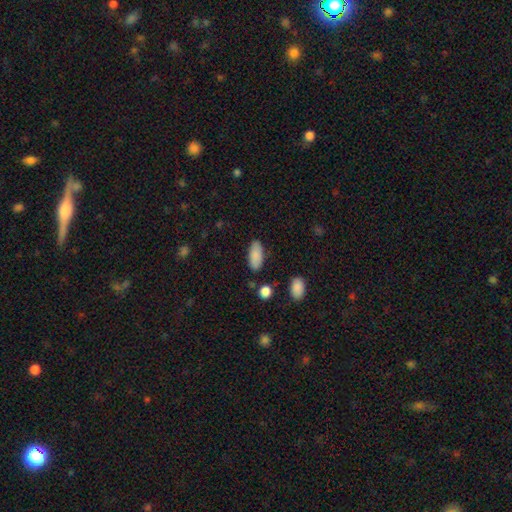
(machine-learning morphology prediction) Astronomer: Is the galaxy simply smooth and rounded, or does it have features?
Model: smooth — 87%.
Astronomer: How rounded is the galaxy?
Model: in between — 88%.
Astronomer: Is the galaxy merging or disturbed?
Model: none — 84%.